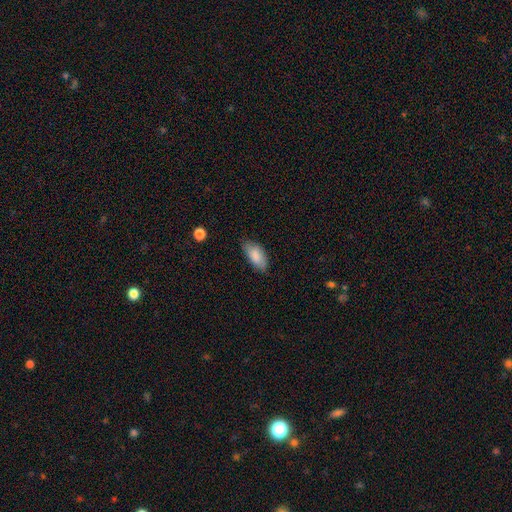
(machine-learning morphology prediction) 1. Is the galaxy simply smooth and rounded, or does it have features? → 85% smooth, 8% featured or disk, 6% star or artifact.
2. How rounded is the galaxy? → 89% in between, 9% cigar-shaped, 2% round.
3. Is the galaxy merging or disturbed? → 76% none, 19% minor disturbance, 3% major disturbance, 1% merger.